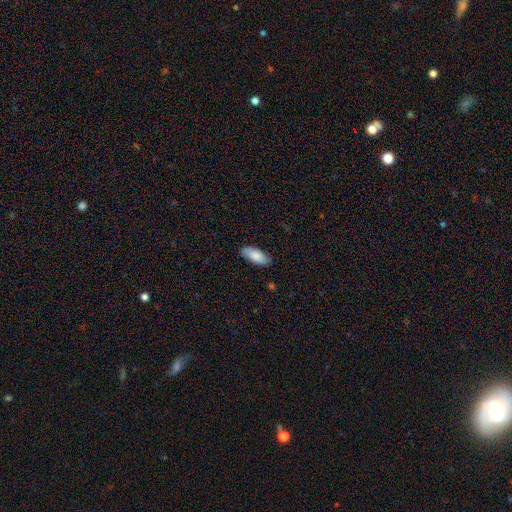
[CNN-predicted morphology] This is clearly a smooth galaxy (82%). How rounded: clearly in between (84%). Merging: clearly none (85%).